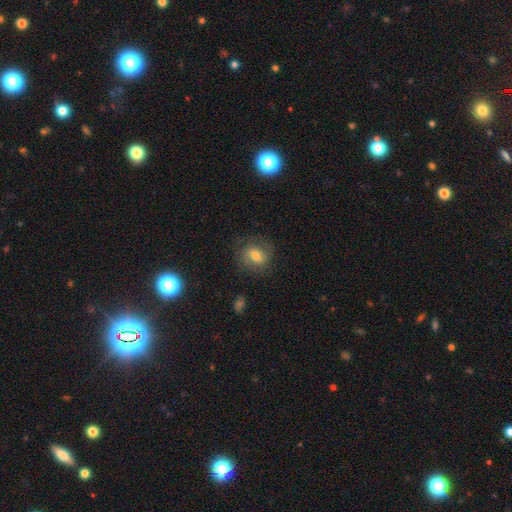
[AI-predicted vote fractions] This appears to be a smooth galaxy with no disk features (60%) that is round (55%). Merging: none (72%).